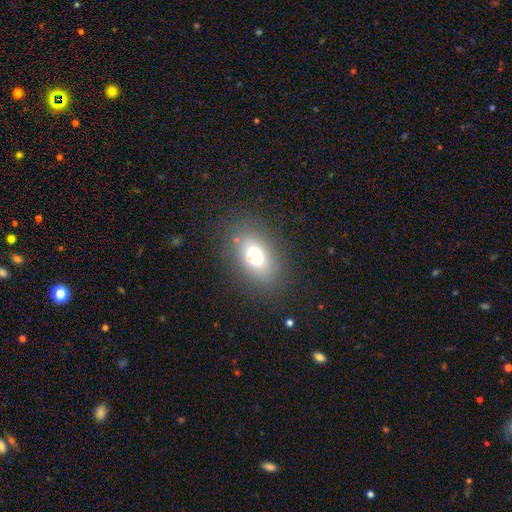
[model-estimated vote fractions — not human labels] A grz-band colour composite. It shows a smooth galaxy with no disk features (66%) that is in between round and cigar-shaped (83%). Merging: none (70%).